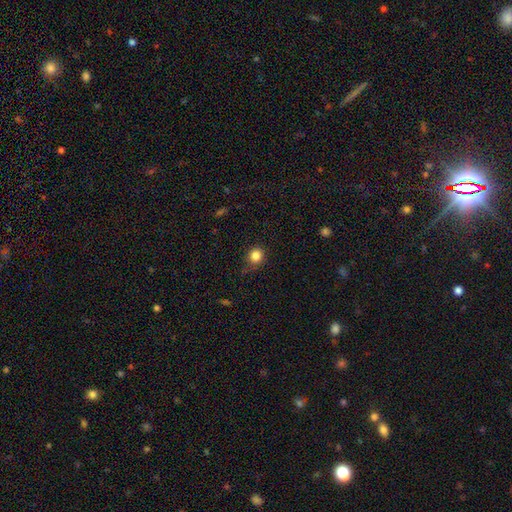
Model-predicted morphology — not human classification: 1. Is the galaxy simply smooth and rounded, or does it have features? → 83% smooth, 12% star or artifact, 4% featured or disk.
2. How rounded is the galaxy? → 88% round, 11% in between, 1% cigar-shaped.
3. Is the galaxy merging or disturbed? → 79% none, 16% minor disturbance, 4% major disturbance, 2% merger.